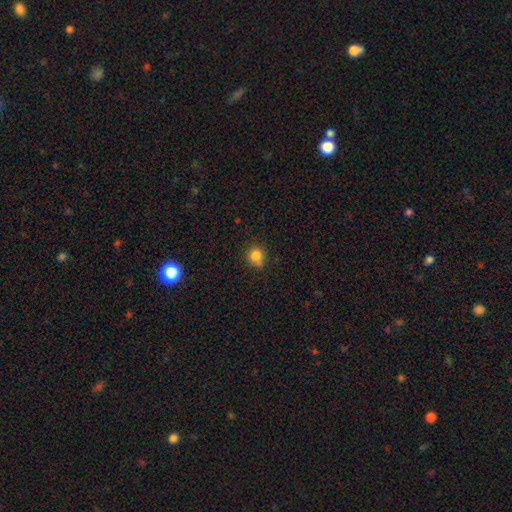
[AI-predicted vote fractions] Smooth or featured: smooth — 82% (star or artifact — 12%)
How rounded: round — 88% (in between — 11%)
Merging: none — 69% (minor disturbance — 18%)